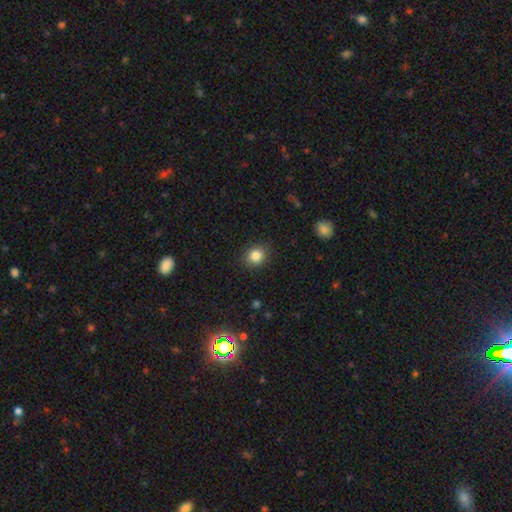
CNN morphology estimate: type=smooth (84%); roundness=round (77%); merging=none (88%).